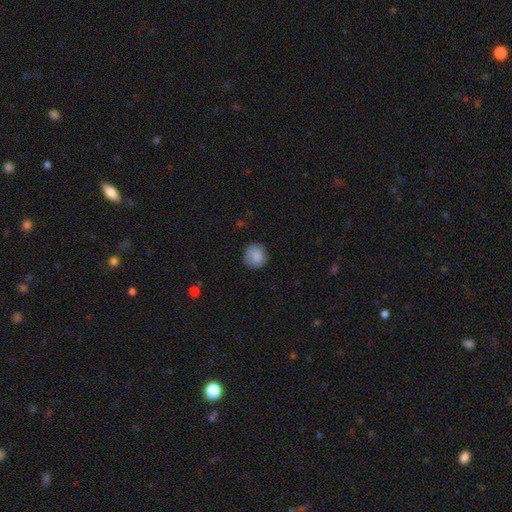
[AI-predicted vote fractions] smooth 85%, star or artifact 8%, featured or disk 7%. Down the decision tree: how rounded — round (88%); merging — none (78%).